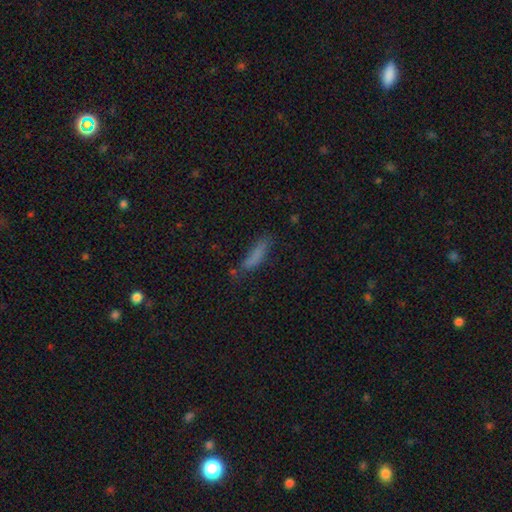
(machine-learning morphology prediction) This is likely a smooth galaxy (77%). How rounded: likely cigar-shaped (72%). Merging: possibly none (59%).